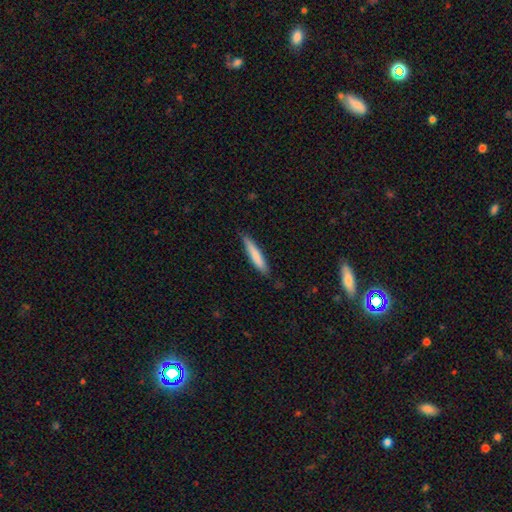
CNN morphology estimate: smooth_or_featured: smooth (p=0.79) [alt: featured or disk p=0.16]
how_rounded: cigar-shaped (p=0.91) [alt: in between p=0.08]
merging: none (p=0.82) [alt: minor disturbance p=0.15]